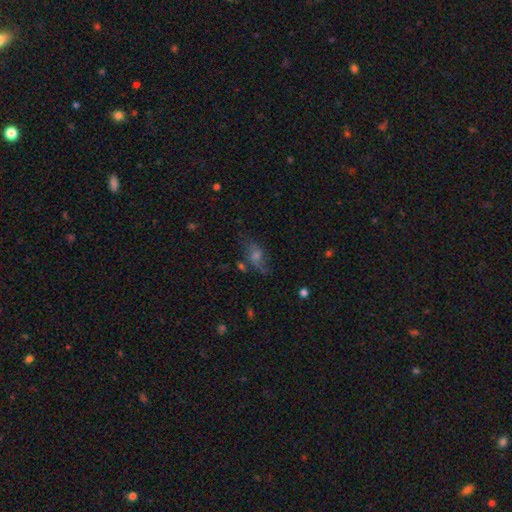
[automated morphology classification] Smooth or featured? Predicted: featured or disk (p=0.43). Merging? Predicted: none (p=0.60).